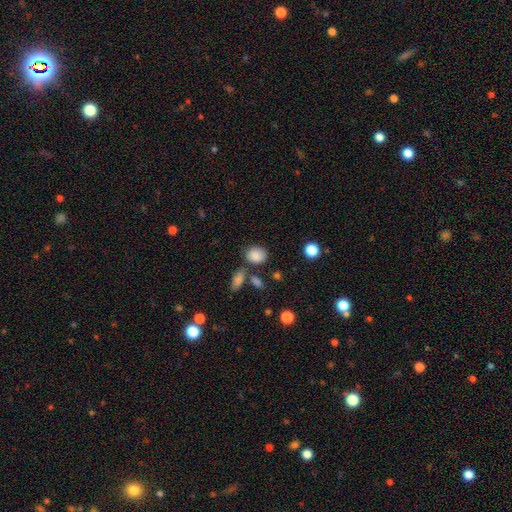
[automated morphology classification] type=smooth (85%); roundness=in between (51%); merging=none (69%).